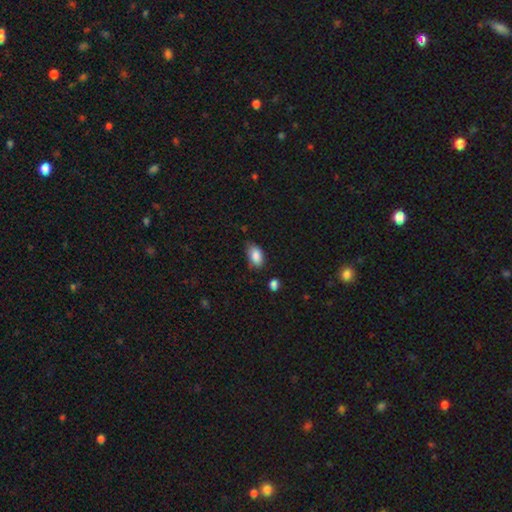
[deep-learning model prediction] A smooth galaxy with no disk features (87%) that is in between round and cigar-shaped (91%). Merging: none (65%).